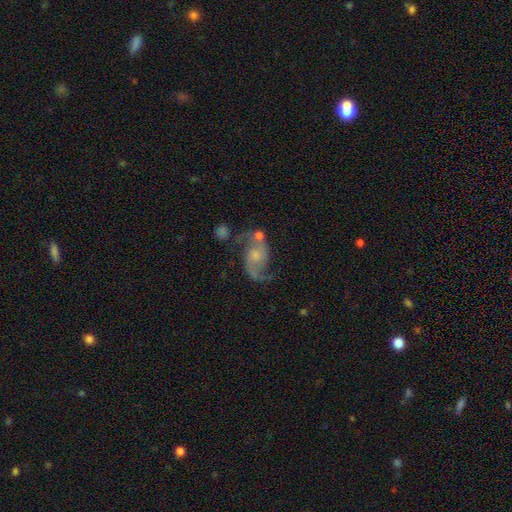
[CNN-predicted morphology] A featured or disk galaxy (83%) with no bar (65%), 2 (91%) loose (55%) spiral arms (95%) and a small central bulge (47%).

Vote fractions:
- Smooth or featured? featured or disk: 83% / smooth: 10% / star or artifact: 7%
- Edge-on disk? no: 98% / yes: 2%
- Bar? no: 65% / weak: 30% / strong: 5%
- Spiral arms? yes: 95% / no: 5%
- Spiral winding? loose: 55% / medium: 37% / tight: 8%
- Spiral arm count? 2: 91% / 1: 3% / can't tell: 3% / 3: 1% / 4: 1% / more than 4: 1%
- Bulge size? small: 47% / moderate: 35% / none: 12% / large: 5% / dominant: 2%
- Merging? none: 53% / minor disturbance: 18% / merger: 16% / major disturbance: 13%